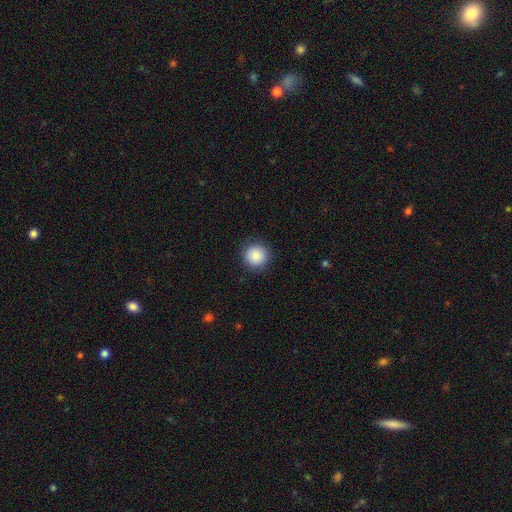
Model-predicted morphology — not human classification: This is clearly a smooth galaxy (87%). How rounded: clearly round (94%). Merging: clearly none (90%).